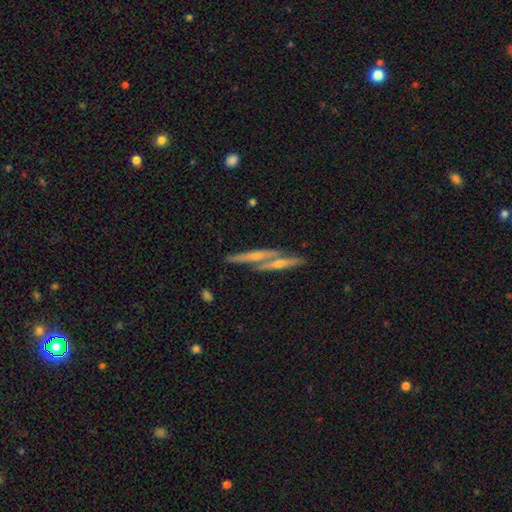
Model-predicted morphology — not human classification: Smooth or featured: featured or disk — 57% (smooth — 35%)
Edge-on disk: yes — 87% (no — 13%)
Merging: none — 49% (merger — 39%)